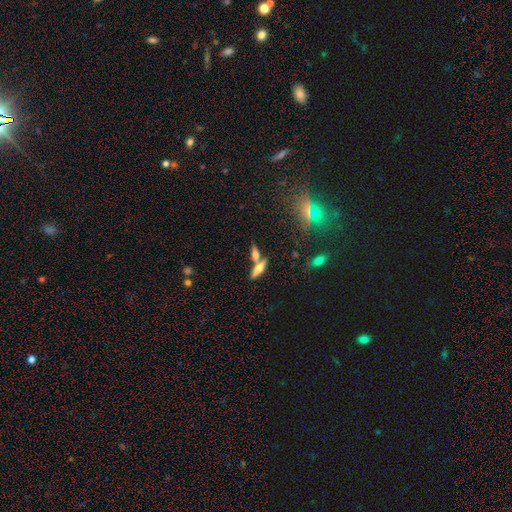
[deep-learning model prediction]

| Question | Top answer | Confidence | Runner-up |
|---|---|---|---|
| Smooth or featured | smooth | 41% | star or artifact (30%) |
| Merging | none | 58% | merger (24%) |